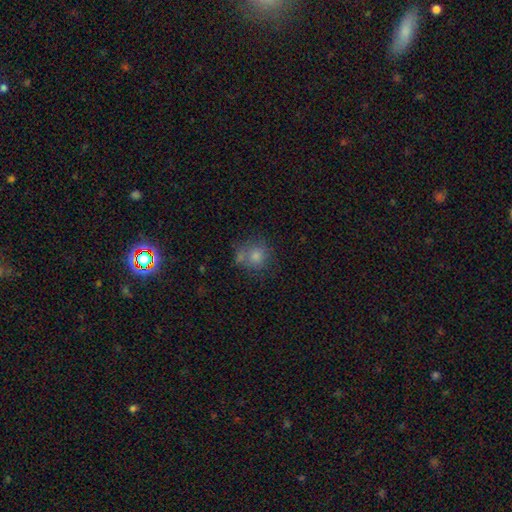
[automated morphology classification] Overall: smooth (70%). How rounded: round (86%). Merging: none (61%).